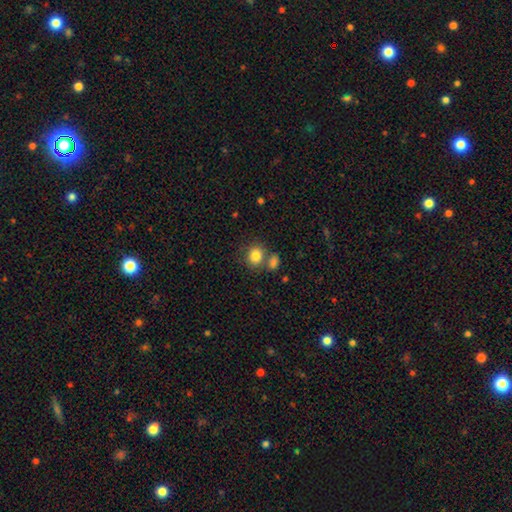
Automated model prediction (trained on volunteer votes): Smooth or featured?
  - smooth: 83% *
  - star or artifact: 10%
  - featured or disk: 7%
How rounded?
  - round: 70% *
  - in between: 29%
  - cigar-shaped: 1%
Merging?
  - none: 60% *
  - merger: 26%
  - minor disturbance: 10%
  - major disturbance: 4%